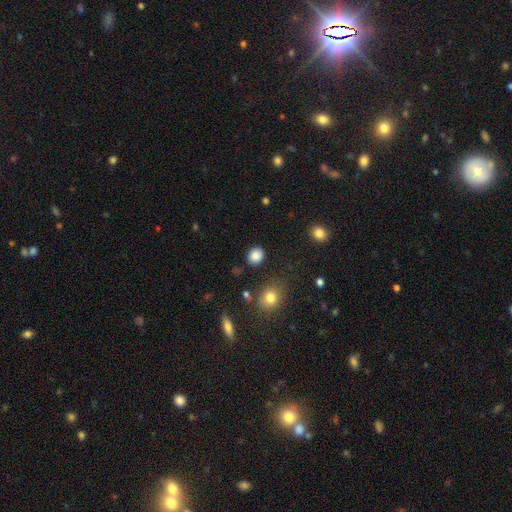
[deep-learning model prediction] Q: Smooth or featured?
A: smooth (86%); runner-up: star or artifact (9%)
Q: How rounded?
A: round (64%); runner-up: in between (35%)
Q: Merging?
A: none (86%); runner-up: minor disturbance (9%)